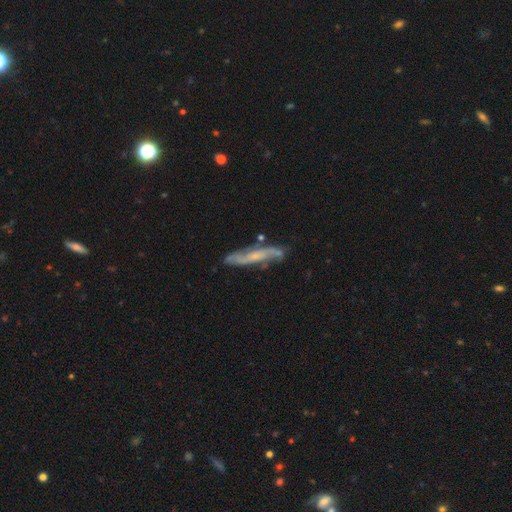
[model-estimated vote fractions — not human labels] Smooth or featured?
  - featured or disk: 73% *
  - smooth: 20%
  - star or artifact: 7%
Edge-on disk?
  - no: 56% *
  - yes: 44%
Merging?
  - none: 75% *
  - minor disturbance: 18%
  - major disturbance: 5%
  - merger: 3%